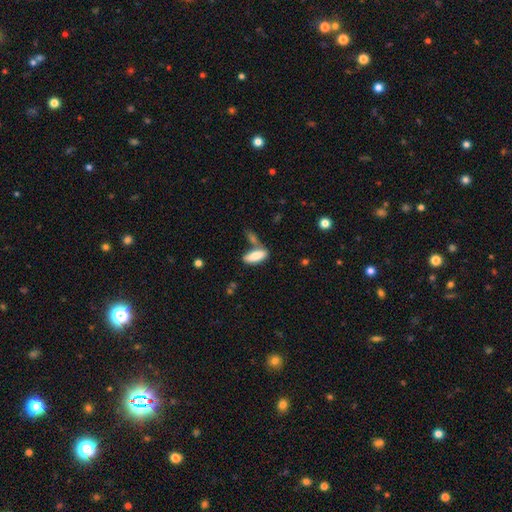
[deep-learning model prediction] A smooth galaxy with no disk features (82%) that is in between round and cigar-shaped (71%). Merging: none (56%).